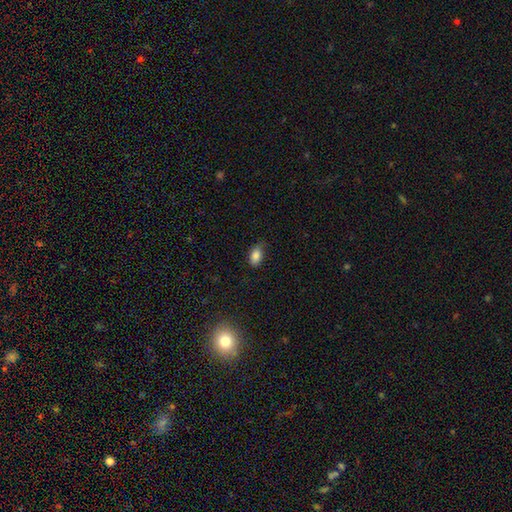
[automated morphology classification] smooth_or_featured: smooth (p=0.85) [alt: star or artifact p=0.09]
how_rounded: in between (p=0.90) [alt: round p=0.08]
merging: none (p=0.72) [alt: minor disturbance p=0.23]